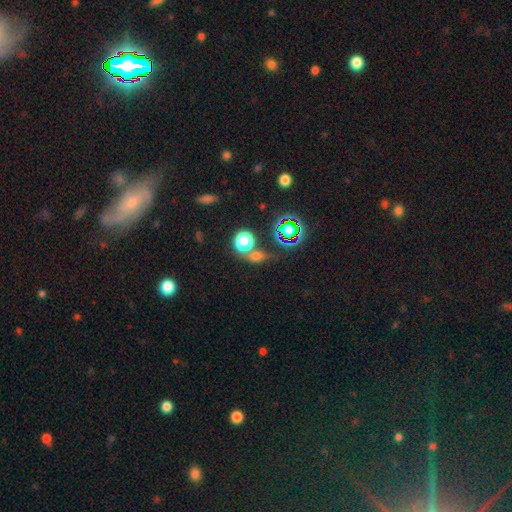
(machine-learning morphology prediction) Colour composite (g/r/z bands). It shows a smooth galaxy with no disk features (54%) that is round (52%). Merging: none (50%).